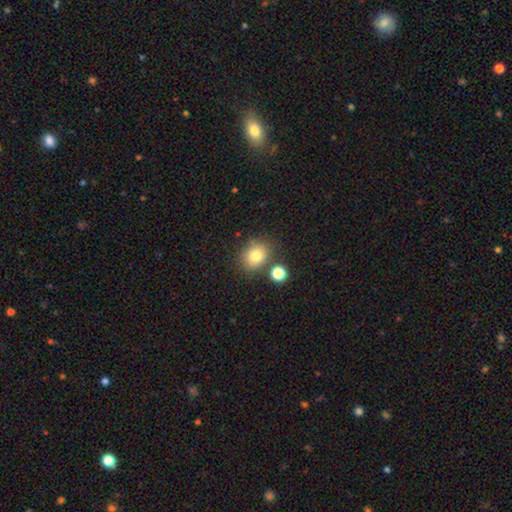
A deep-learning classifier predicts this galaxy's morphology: smooth-or-featured: smooth: 79% | star or artifact: 12% | featured or disk: 9%
  how-rounded: round: 57% | in between: 42% | cigar-shaped: 1%
  merging: none: 74% | minor disturbance: 12% | merger: 11% | major disturbance: 4%